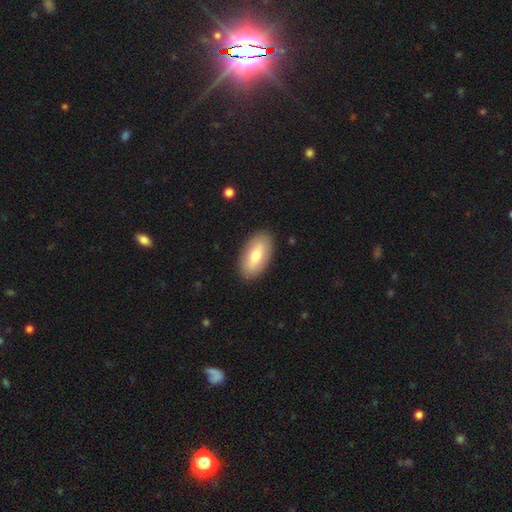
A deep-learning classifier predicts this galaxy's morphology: Smooth or featured: smooth — 69% (featured or disk — 24%)
How rounded: in between — 93% (cigar-shaped — 4%)
Merging: none — 88% (minor disturbance — 8%)